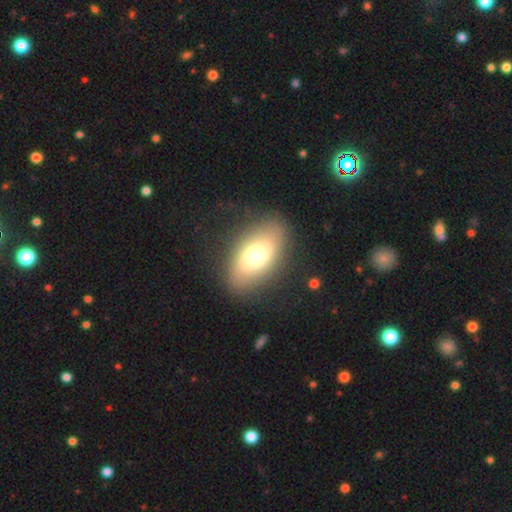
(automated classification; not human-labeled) A smooth galaxy with no disk features (66%) that is in between round and cigar-shaped (85%). Merging: none (82%).